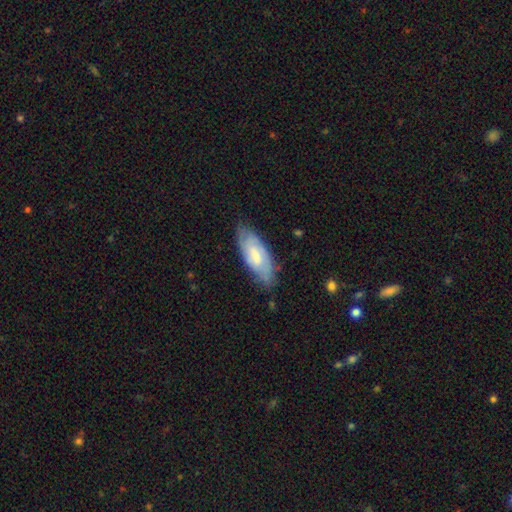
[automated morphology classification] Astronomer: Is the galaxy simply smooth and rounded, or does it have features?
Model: featured or disk — 48% (runner-up: smooth, 46%).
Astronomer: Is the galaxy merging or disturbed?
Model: none — 72%.